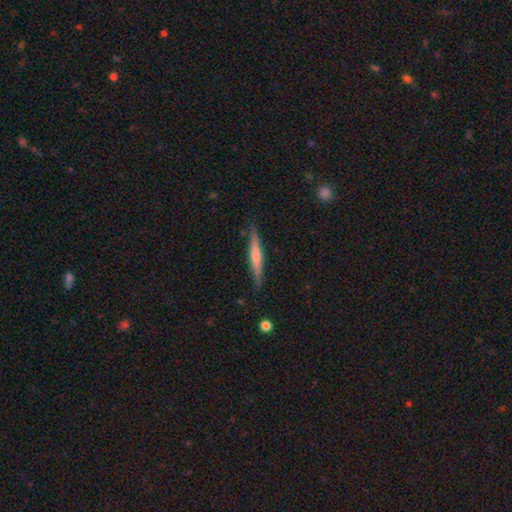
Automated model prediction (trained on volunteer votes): The model was most divided on "smooth or featured": featured or disk: 64%, smooth: 30%, star or artifact: 6%. More confident: edge-on disk — yes (97%); merging — none (88%); edge-on bulge — rounded (63%).